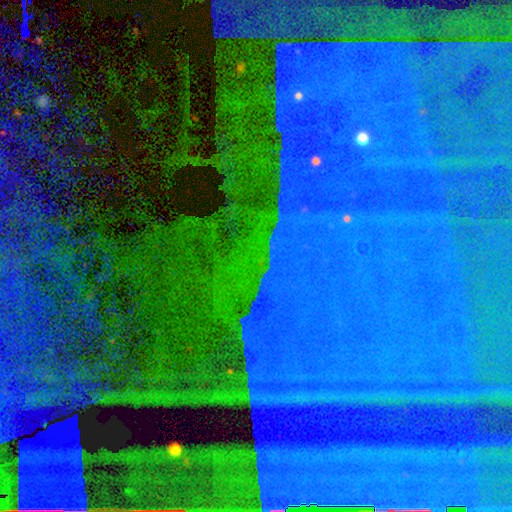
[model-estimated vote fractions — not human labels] smooth-or-featured: star or artifact: 86% | featured or disk: 8% | smooth: 6%